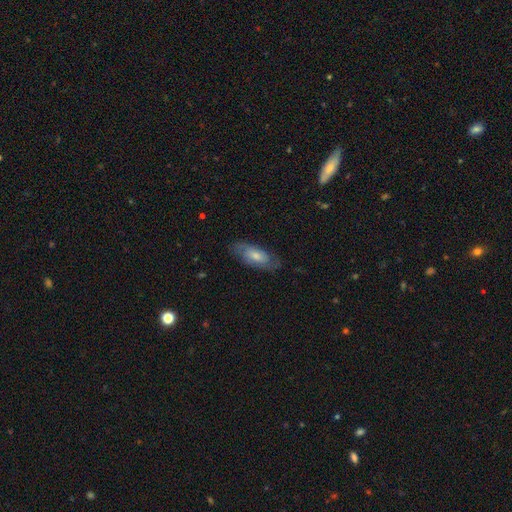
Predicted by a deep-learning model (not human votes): A featured or disk galaxy (49%). Merging: none (75%).